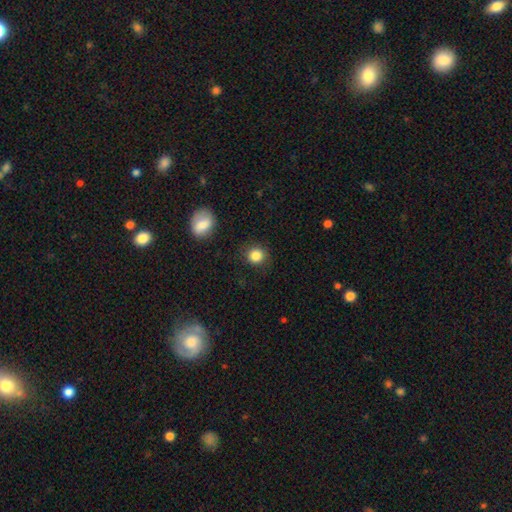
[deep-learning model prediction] Morphology: type=smooth (86%); roundness=round (89%); merging=none (85%).